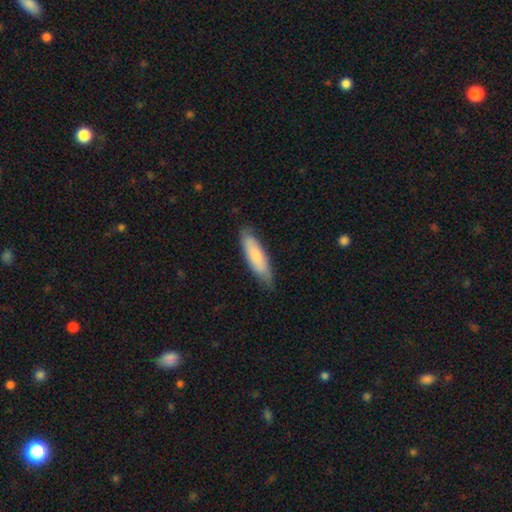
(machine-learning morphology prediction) Smooth or featured: smooth — 71% (featured or disk — 23%)
How rounded: cigar-shaped — 62% (in between — 36%)
Merging: none — 77% (minor disturbance — 19%)